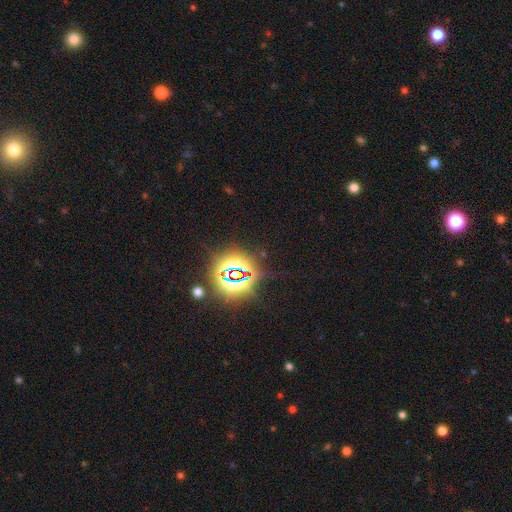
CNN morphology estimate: smooth-or-featured: star or artifact: 83% | smooth: 11% | featured or disk: 7%